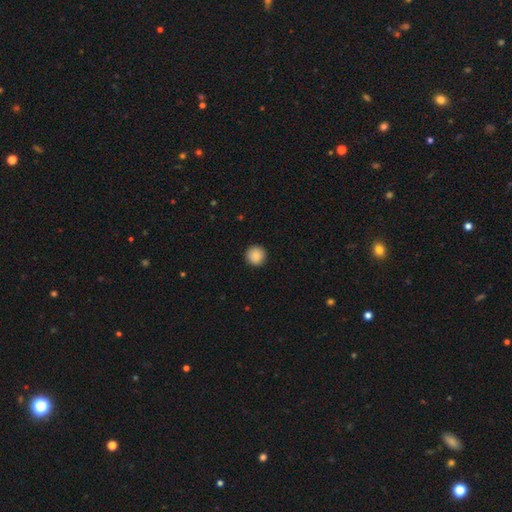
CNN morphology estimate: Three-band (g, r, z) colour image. It shows a smooth galaxy with no disk features (87%) that is round (96%). Merging: none (93%).